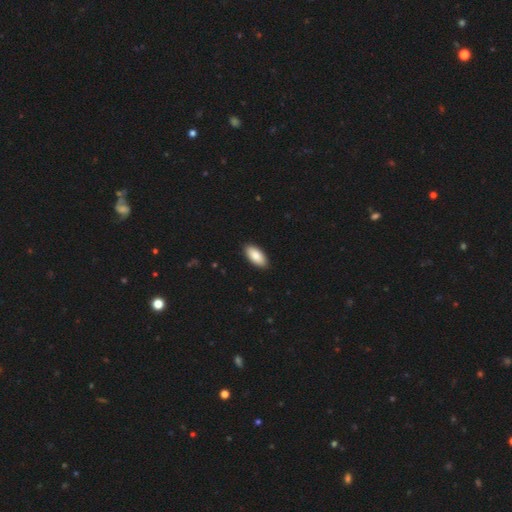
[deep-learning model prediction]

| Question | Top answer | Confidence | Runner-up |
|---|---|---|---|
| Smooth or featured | smooth | 87% | featured or disk (7%) |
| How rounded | in between | 92% | cigar-shaped (6%) |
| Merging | none | 90% | minor disturbance (7%) |